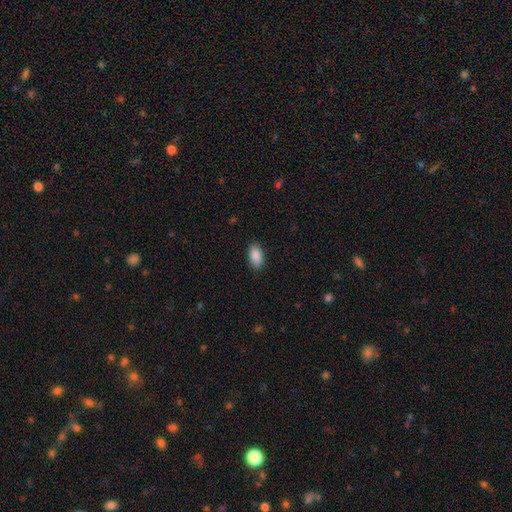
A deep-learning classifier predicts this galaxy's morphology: A smooth galaxy with no disk features (90%) that is in between round and cigar-shaped (93%). Merging: none (88%).